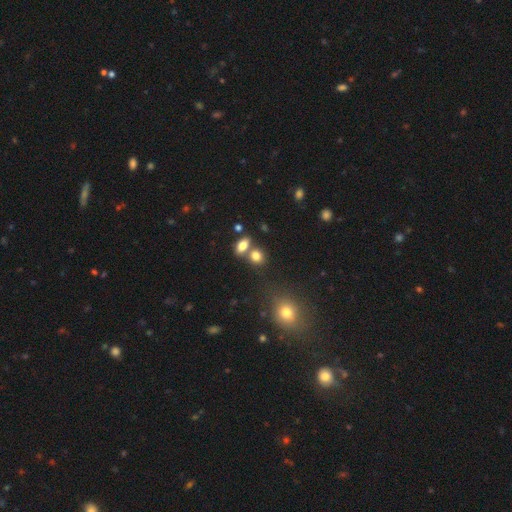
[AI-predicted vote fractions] This is likely a smooth galaxy (79%). How rounded: possibly in between (55%). Merging: possibly none (53%).